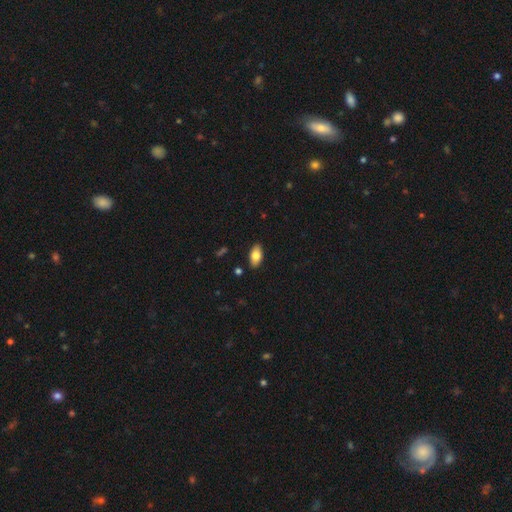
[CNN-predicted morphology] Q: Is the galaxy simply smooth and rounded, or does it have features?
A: smooth — 79%.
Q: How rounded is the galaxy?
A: in between — 93%.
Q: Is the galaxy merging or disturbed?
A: none — 88%.